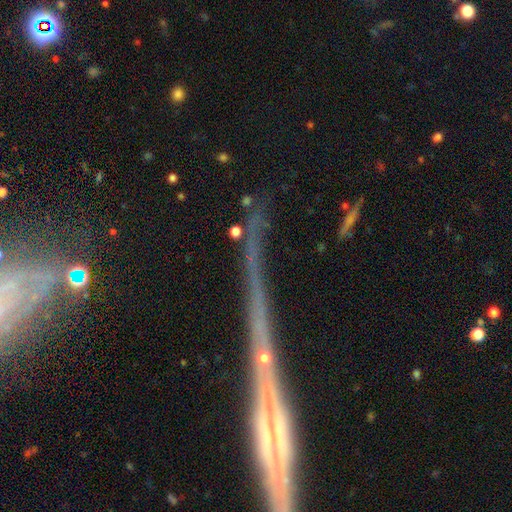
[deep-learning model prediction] This appears to be a star or artifact, not a galaxy (53%).